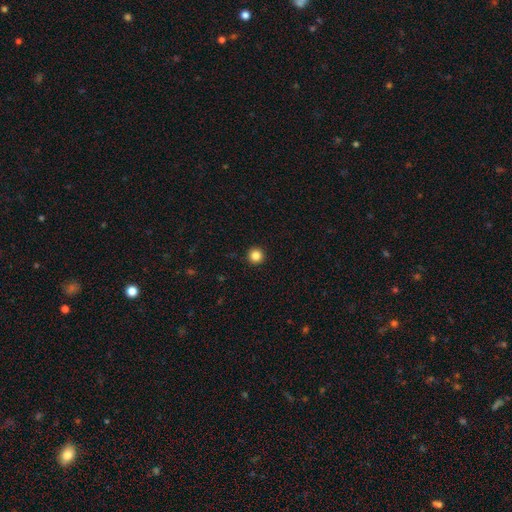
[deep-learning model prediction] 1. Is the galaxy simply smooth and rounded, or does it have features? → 85% smooth, 11% star or artifact, 4% featured or disk.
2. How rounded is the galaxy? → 96% round, 3% in between, 1% cigar-shaped.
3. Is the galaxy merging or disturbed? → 94% none, 4% minor disturbance, 1% major disturbance, 1% merger.